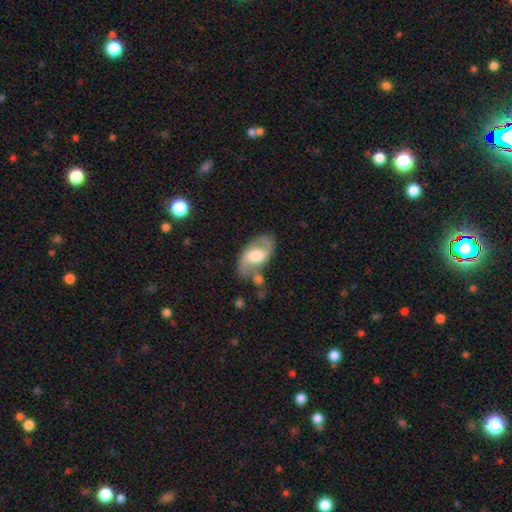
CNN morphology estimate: Smooth or featured? Predicted: featured or disk (p=0.73). Edge-on disk? Predicted: no (p=0.95). Bar? Predicted: weak (p=0.45). Spiral arms? Predicted: yes (p=0.86). Spiral winding? Predicted: loose (p=0.44). Spiral arm count? Predicted: 2 (p=0.89). Bulge size? Predicted: moderate (p=0.47). Merging? Predicted: none (p=0.57).